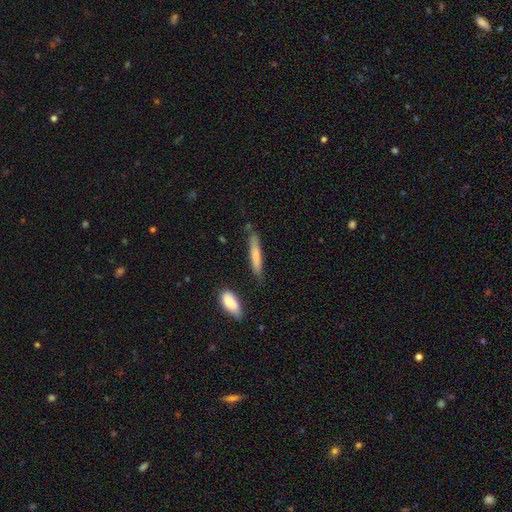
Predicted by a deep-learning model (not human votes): Smooth or featured: smooth — 74% (featured or disk — 20%)
How rounded: cigar-shaped — 90% (in between — 8%)
Merging: none — 75% (minor disturbance — 17%)